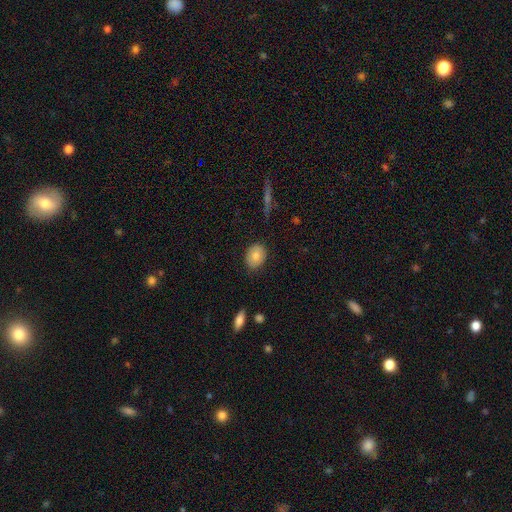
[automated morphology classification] Q: Smooth or featured?
A: smooth (79%); runner-up: featured or disk (13%)
Q: How rounded?
A: in between (50%); runner-up: round (49%)
Q: Merging?
A: none (85%); runner-up: minor disturbance (12%)